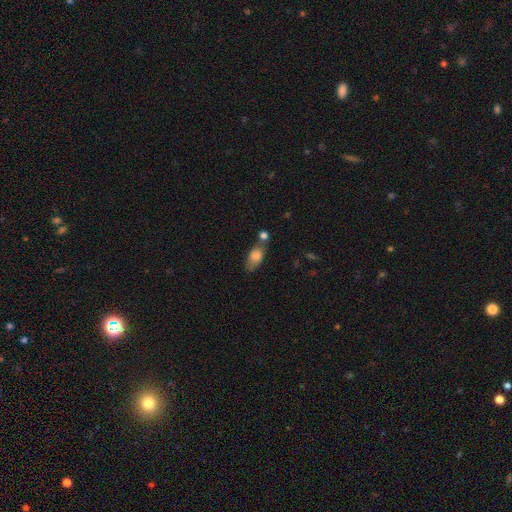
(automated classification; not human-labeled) This appears to be a smooth galaxy with no disk features (79%) that is in between round and cigar-shaped (84%). Merging: none (48%).